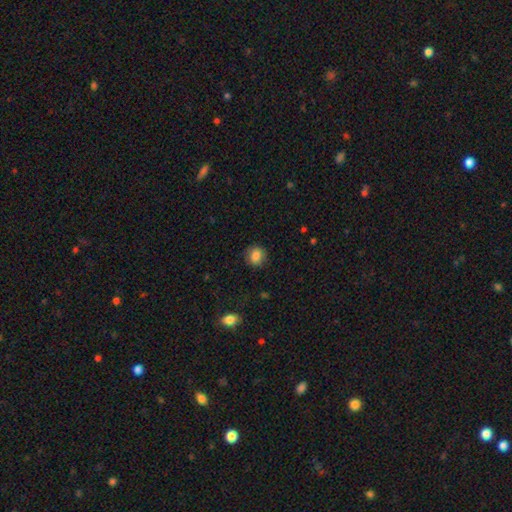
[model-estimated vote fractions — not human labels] This is clearly a smooth galaxy (85%). How rounded: clearly round (84%). Merging: clearly none (86%).